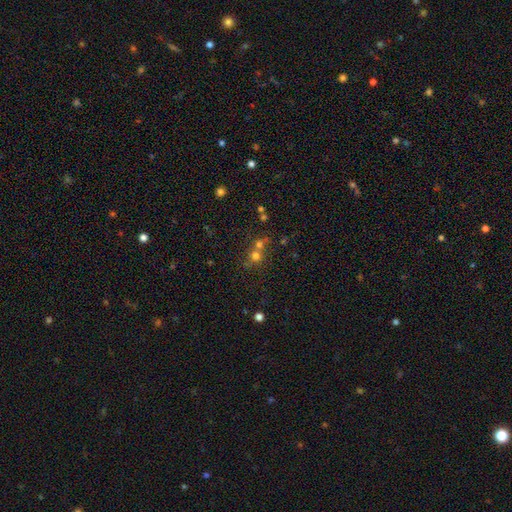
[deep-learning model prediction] The model was most divided on "merging": none: 50%, merger: 40%, minor disturbance: 7%, major disturbance: 3%. More confident: how rounded — round (88%); smooth or featured — smooth (65%).